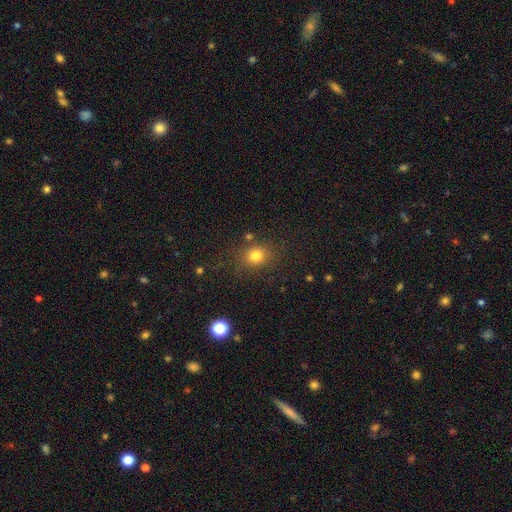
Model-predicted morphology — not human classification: Smooth or featured: smooth — 79% (star or artifact — 15%)
How rounded: round — 74% (in between — 25%)
Merging: none — 79% (minor disturbance — 12%)